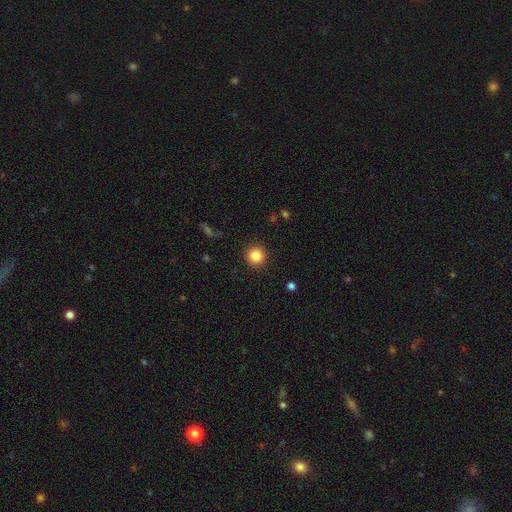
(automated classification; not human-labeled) Morphology: type=smooth (85%); roundness=round (95%); merging=none (91%).